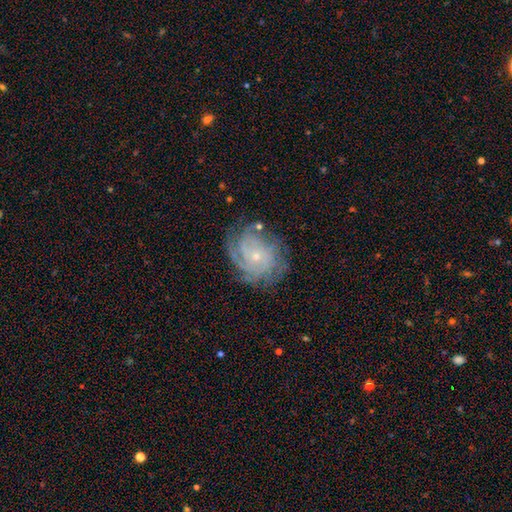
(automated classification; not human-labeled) This appears to be a featured or disk galaxy (83%) with no bar (78%), tight (72%) spiral arms (96%) and a small central bulge (79%). Merging: none (72%).